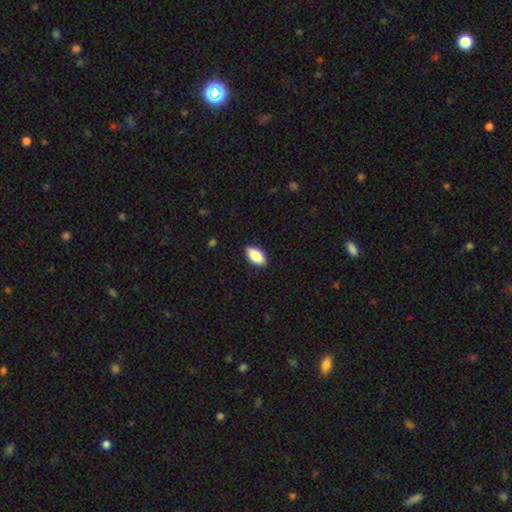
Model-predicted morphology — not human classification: smooth 83%, featured or disk 11%, star or artifact 7%. Down the decision tree: how rounded — in between (91%); merging — none (87%).